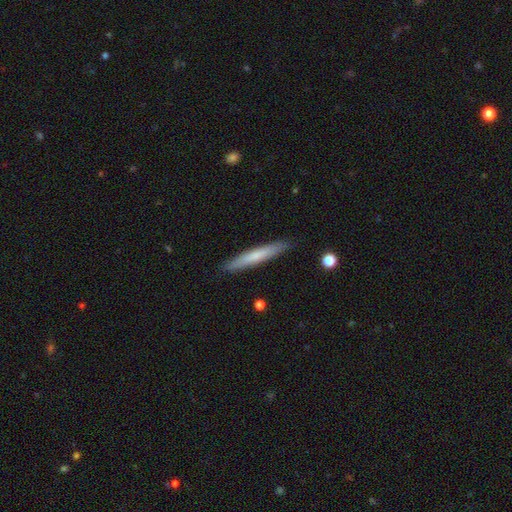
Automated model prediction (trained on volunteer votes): This appears to be a smooth galaxy with no disk features (66%) that is cigar-shaped (95%). Merging: none (89%).